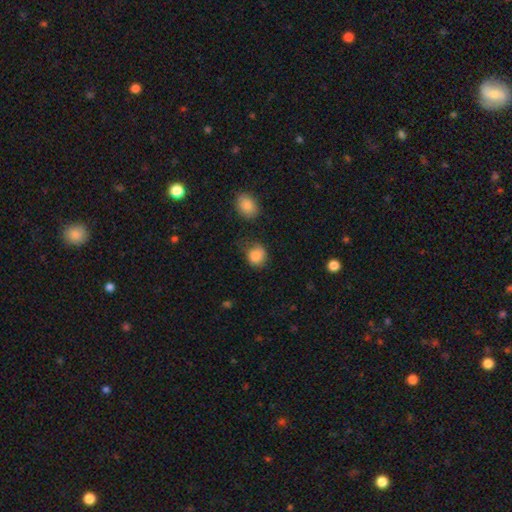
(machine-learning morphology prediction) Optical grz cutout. It shows a smooth galaxy with no disk features (84%) that is round (75%). Merging: none (54%).